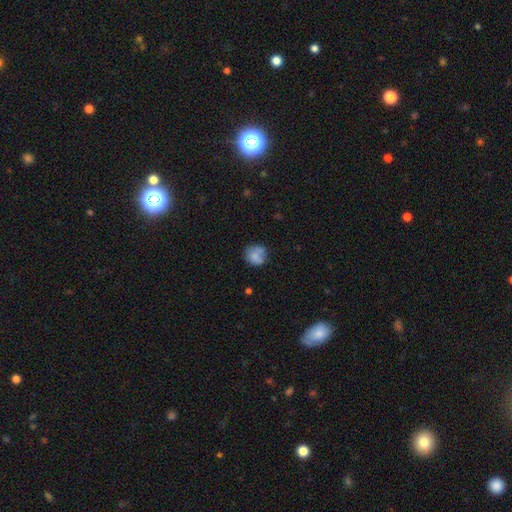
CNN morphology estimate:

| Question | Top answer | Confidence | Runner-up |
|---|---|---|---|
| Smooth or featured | smooth | 72% | featured or disk (19%) |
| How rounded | round | 77% | in between (22%) |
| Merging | none | 50% | minor disturbance (23%) |